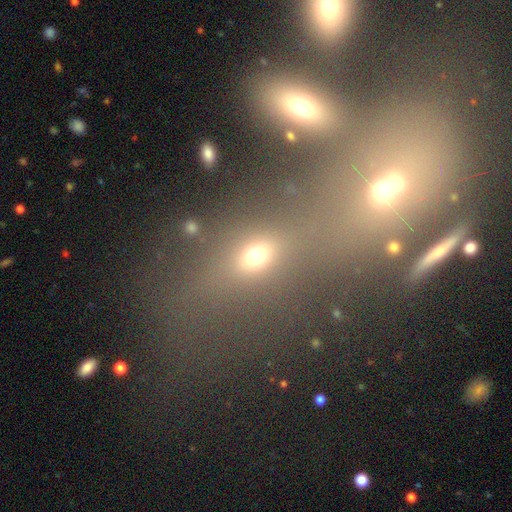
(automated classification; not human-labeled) smooth_or_featured: smooth (p=0.61) [alt: star or artifact p=0.24]
how_rounded: in between (p=0.55) [alt: round p=0.32]
merging: none (p=0.56) [alt: merger p=0.23]